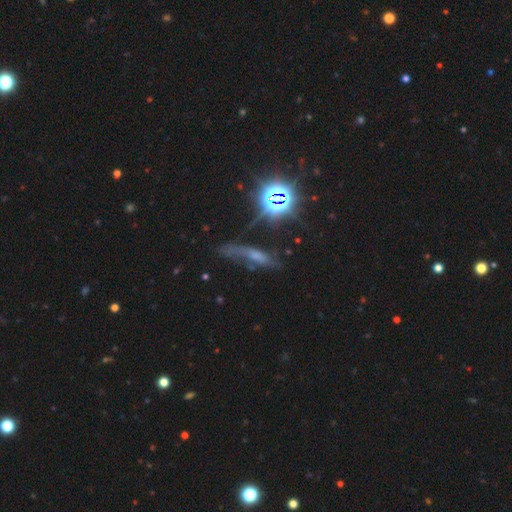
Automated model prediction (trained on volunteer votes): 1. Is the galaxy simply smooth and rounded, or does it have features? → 35% featured or disk, 34% smooth, 31% star or artifact.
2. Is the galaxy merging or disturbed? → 43% none, 25% major disturbance, 24% minor disturbance, 8% merger.